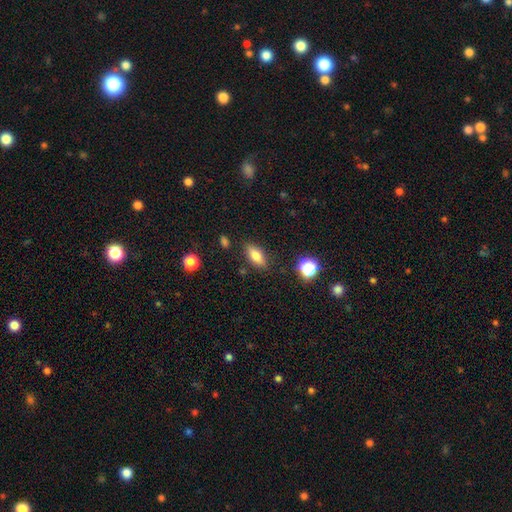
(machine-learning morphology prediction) This appears to be a smooth galaxy with no disk features (75%) that is in between round and cigar-shaped (77%). Merging: none (84%).